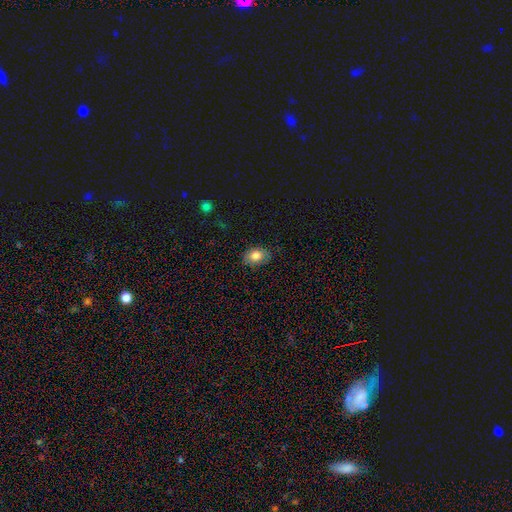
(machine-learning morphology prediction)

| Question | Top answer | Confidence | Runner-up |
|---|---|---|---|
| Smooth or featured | smooth | 77% | featured or disk (14%) |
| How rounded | in between | 68% | round (31%) |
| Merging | none | 78% | minor disturbance (17%) |